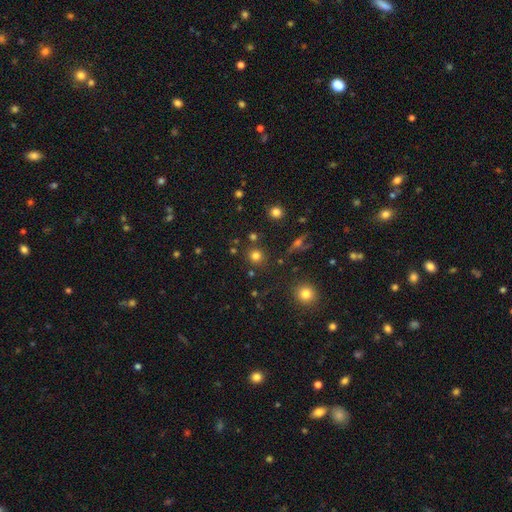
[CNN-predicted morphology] Q: Smooth or featured?
A: smooth (75%); runner-up: star or artifact (18%)
Q: How rounded?
A: round (91%); runner-up: in between (7%)
Q: Merging?
A: none (84%); runner-up: minor disturbance (7%)